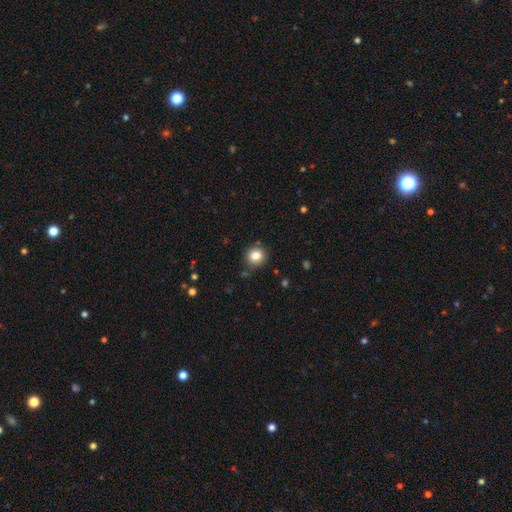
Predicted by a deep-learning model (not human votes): A smooth galaxy with no disk features (83%) that is round (90%). Merging: none (85%).